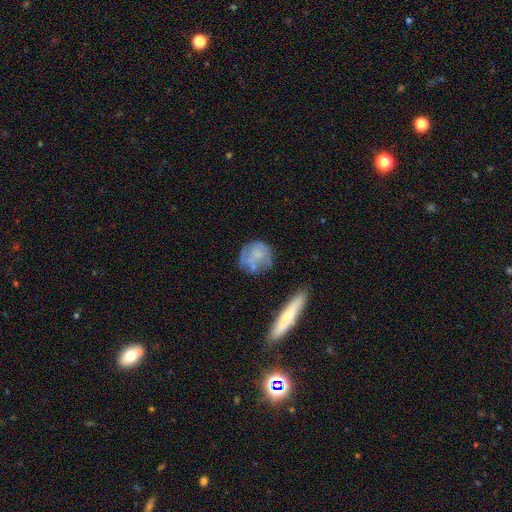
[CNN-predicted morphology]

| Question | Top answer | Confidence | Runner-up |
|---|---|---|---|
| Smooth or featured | smooth | 54% | featured or disk (39%) |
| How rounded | round | 71% | in between (24%) |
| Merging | none | 59% | minor disturbance (23%) |